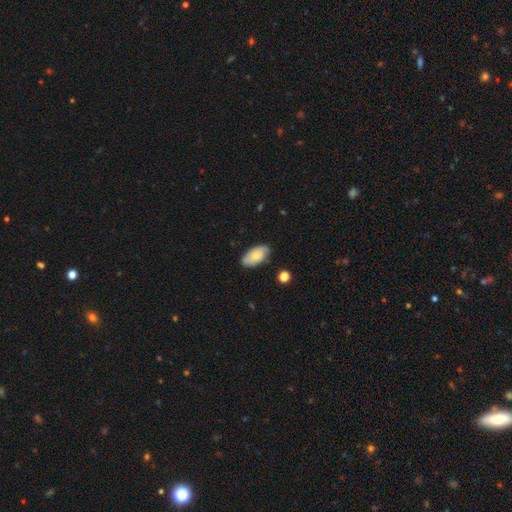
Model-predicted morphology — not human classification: Smooth or featured?
  - smooth: 68% *
  - featured or disk: 25%
  - star or artifact: 7%
How rounded?
  - in between: 94% *
  - round: 4%
  - cigar-shaped: 2%
Merging?
  - none: 78% *
  - minor disturbance: 18%
  - major disturbance: 3%
  - merger: 2%